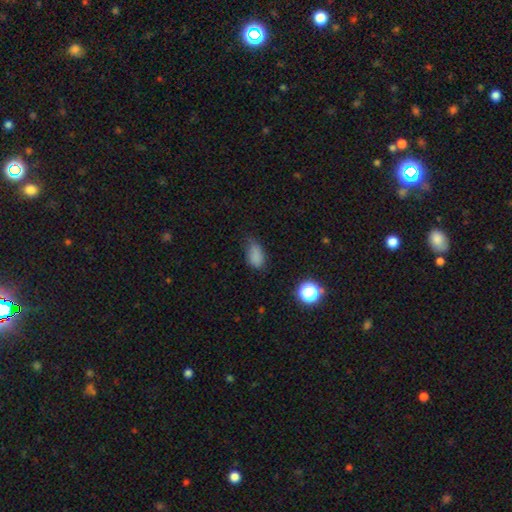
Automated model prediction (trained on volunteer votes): This is likely a smooth galaxy (79%). How rounded: clearly in between (87%). Merging: marginally none (44%).